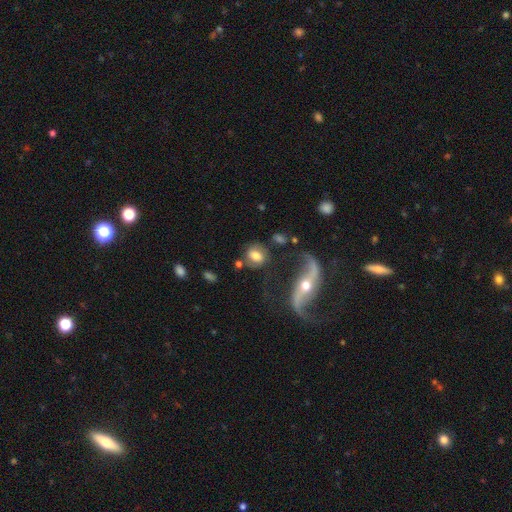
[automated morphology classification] type=smooth (54%); roundness=round (53%); merging=none (63%).